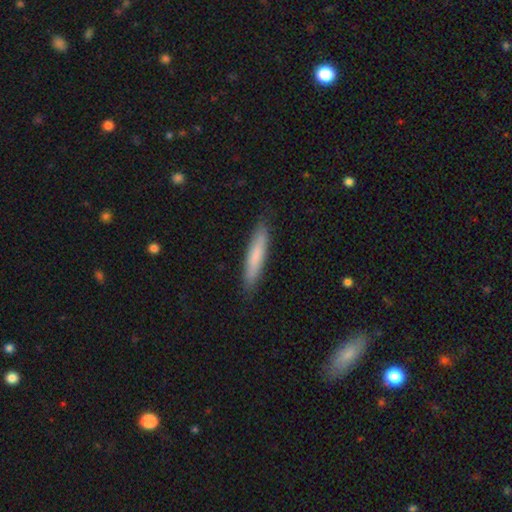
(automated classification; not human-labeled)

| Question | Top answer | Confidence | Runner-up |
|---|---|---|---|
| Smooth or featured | smooth | 76% | featured or disk (19%) |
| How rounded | cigar-shaped | 91% | in between (8%) |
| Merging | none | 88% | minor disturbance (10%) |